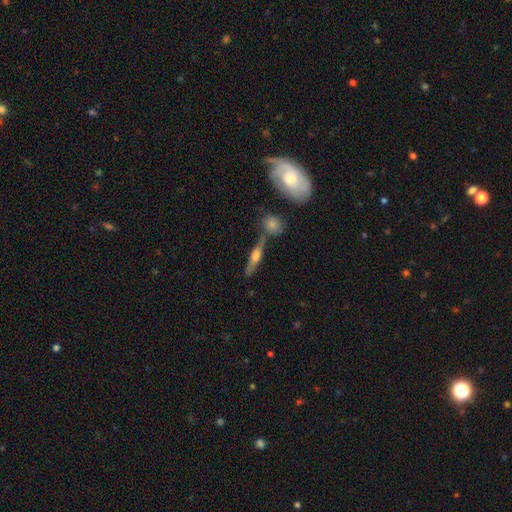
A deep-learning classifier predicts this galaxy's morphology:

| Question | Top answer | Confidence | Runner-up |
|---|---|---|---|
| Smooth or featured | featured or disk | 67% | smooth (26%) |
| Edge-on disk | yes | 93% | no (7%) |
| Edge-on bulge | rounded | 88% | boxy (7%) |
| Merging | none | 75% | minor disturbance (11%) |